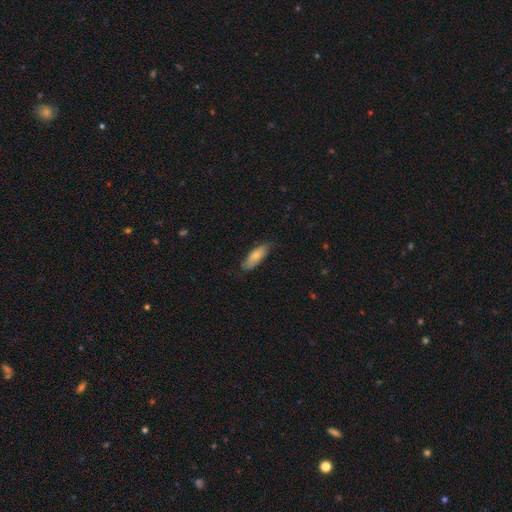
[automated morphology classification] This is likely a smooth galaxy (75%). How rounded: likely in between (63%). Merging: likely none (76%).